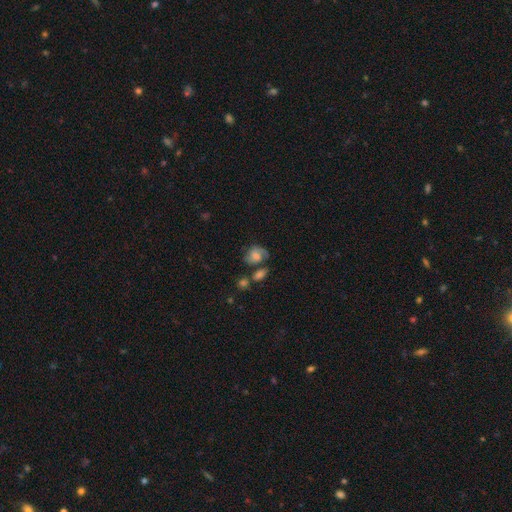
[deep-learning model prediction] Morphology: type=featured or disk (55%); edge-on=no (97%); bar=no (64%); spiral arms=yes (87%); bulge=moderate (45%); merging=none (48%).